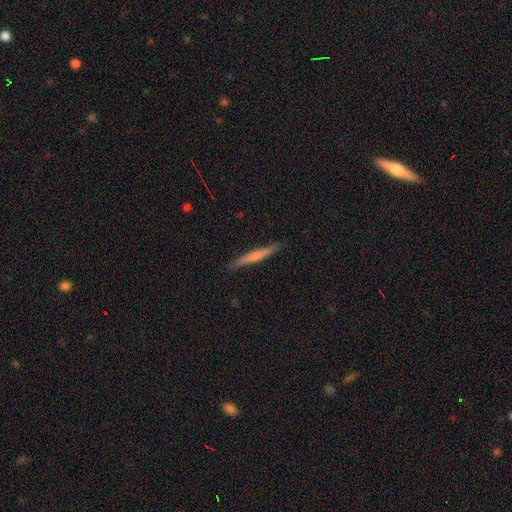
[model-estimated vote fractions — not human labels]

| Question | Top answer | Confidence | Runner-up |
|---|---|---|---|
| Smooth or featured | smooth | 56% | featured or disk (38%) |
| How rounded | cigar-shaped | 96% | in between (3%) |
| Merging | none | 89% | minor disturbance (8%) |